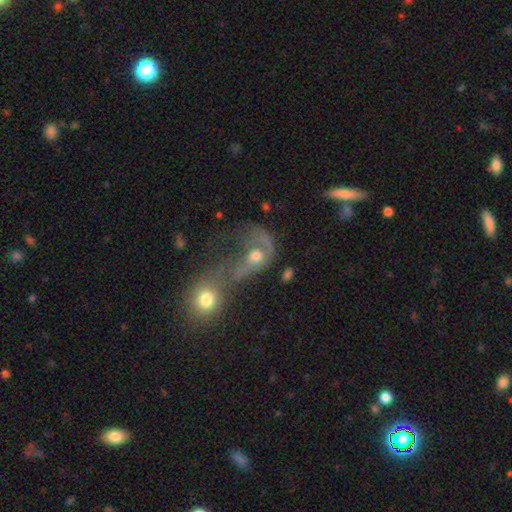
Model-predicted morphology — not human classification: Smooth or featured: featured or disk — 45% (smooth — 42%)
Merging: merger — 55% (major disturbance — 24%)